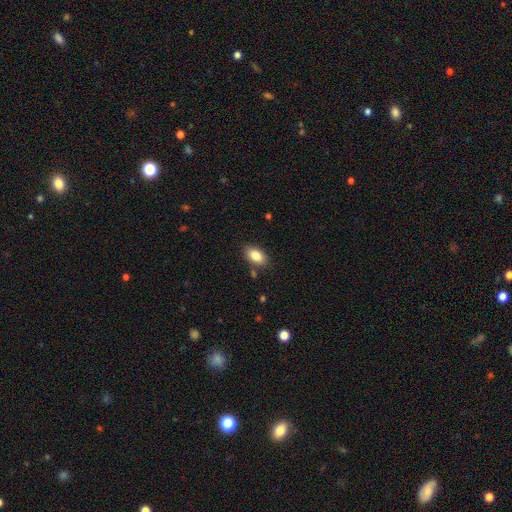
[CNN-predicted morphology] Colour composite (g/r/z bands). It shows a smooth galaxy with no disk features (84%) that is in between round and cigar-shaped (91%). Merging: none (82%).